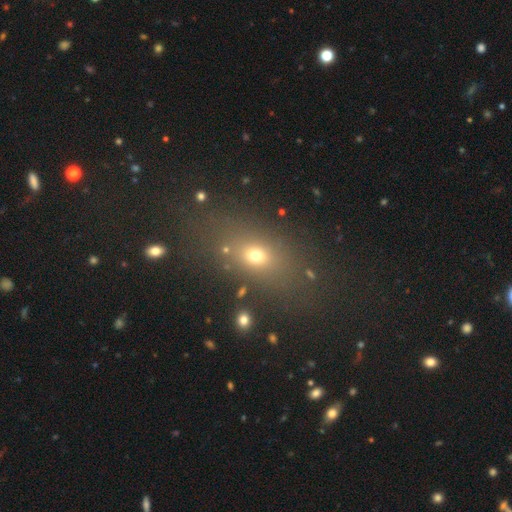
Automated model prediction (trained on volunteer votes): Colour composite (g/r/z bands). It shows a smooth galaxy with no disk features (65%) that is in between round and cigar-shaped (66%). Merging: none (74%).